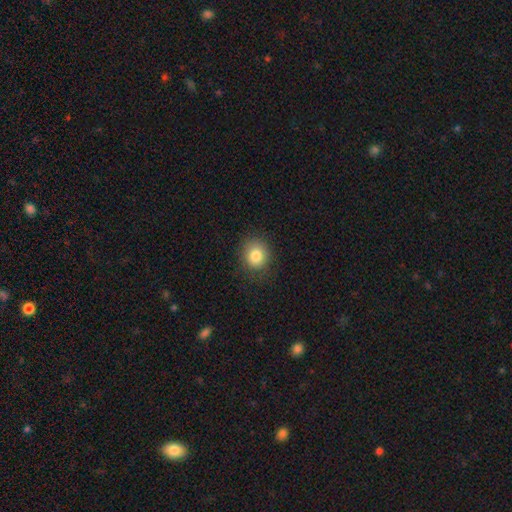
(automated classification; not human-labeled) A smooth galaxy with no disk features (82%) that is round (77%).

Vote fractions:
- Smooth or featured? smooth: 82% / star or artifact: 10% / featured or disk: 7%
- How rounded? round: 77% / in between: 22% / cigar-shaped: 1%
- Merging? none: 84% / minor disturbance: 12% / major disturbance: 4% / merger: 1%